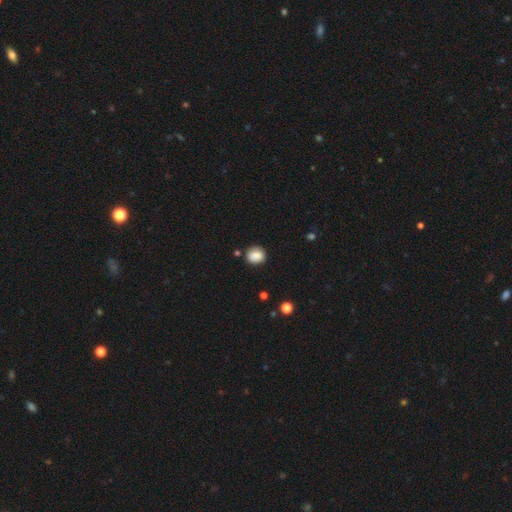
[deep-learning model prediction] Q: Smooth or featured?
A: smooth (83%); runner-up: star or artifact (9%)
Q: How rounded?
A: round (76%); runner-up: in between (23%)
Q: Merging?
A: none (80%); runner-up: minor disturbance (13%)